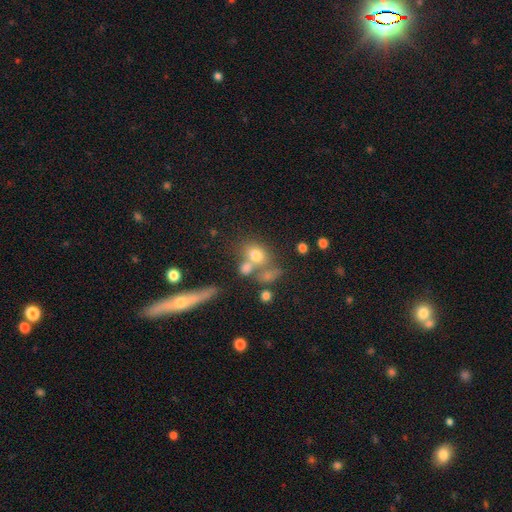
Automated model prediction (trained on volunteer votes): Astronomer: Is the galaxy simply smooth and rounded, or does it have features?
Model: smooth — 72%.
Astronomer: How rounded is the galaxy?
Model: in between — 53% (runner-up: round, 44%).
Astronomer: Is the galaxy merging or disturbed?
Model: none — 41% (runner-up: merger, 37%).